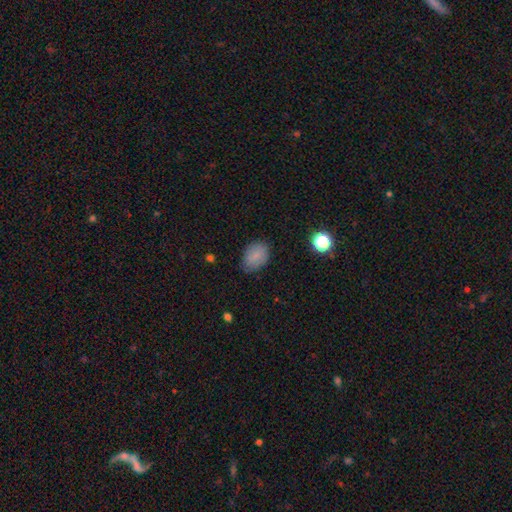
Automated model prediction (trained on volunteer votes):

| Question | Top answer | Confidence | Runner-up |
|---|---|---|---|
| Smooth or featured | smooth | 82% | star or artifact (10%) |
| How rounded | in between | 79% | round (20%) |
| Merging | none | 77% | minor disturbance (18%) |